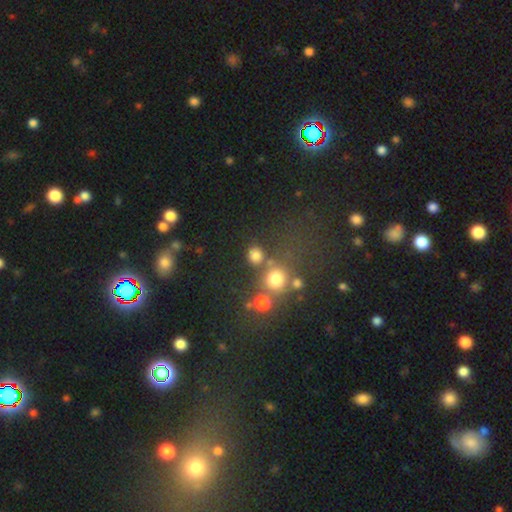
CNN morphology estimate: Smooth or featured: smooth — 77% (star or artifact — 16%)
How rounded: round — 86% (in between — 13%)
Merging: none — 72% (merger — 15%)